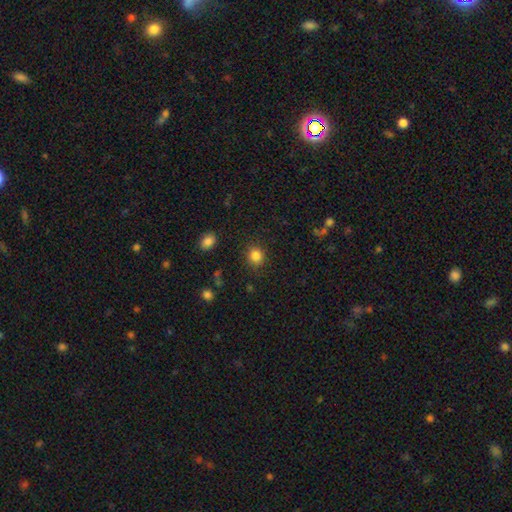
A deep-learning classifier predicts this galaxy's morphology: Smooth or featured?
  - smooth: 84% *
  - star or artifact: 11%
  - featured or disk: 5%
How rounded?
  - round: 86% *
  - in between: 13%
  - cigar-shaped: 1%
Merging?
  - none: 88% *
  - minor disturbance: 8%
  - major disturbance: 3%
  - merger: 1%